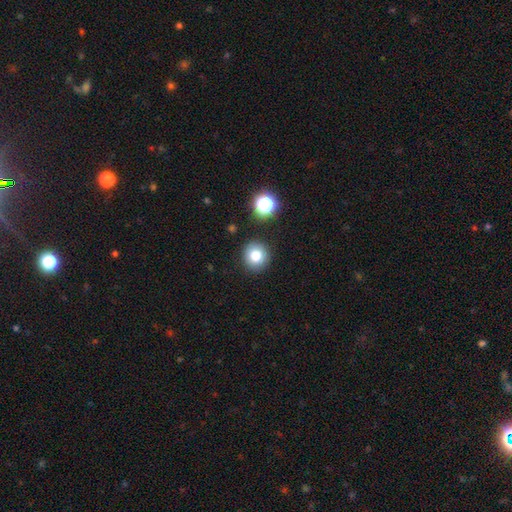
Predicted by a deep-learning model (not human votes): Smooth or featured?
  - smooth: 80% *
  - star or artifact: 12%
  - featured or disk: 8%
How rounded?
  - round: 91% *
  - in between: 8%
  - cigar-shaped: 1%
Merging?
  - none: 89% *
  - minor disturbance: 7%
  - merger: 2%
  - major disturbance: 2%